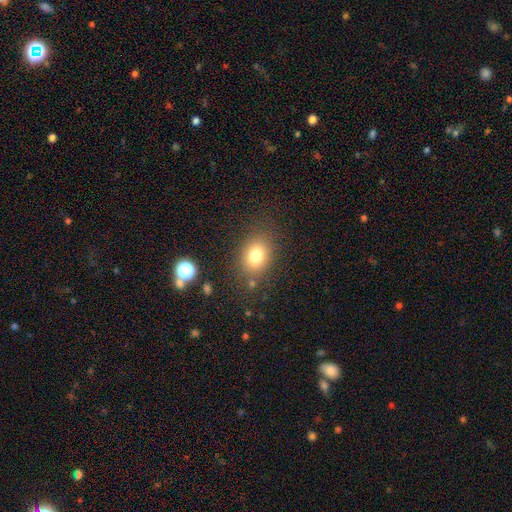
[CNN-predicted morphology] Smooth or featured: smooth — 77% (star or artifact — 12%)
How rounded: in between — 61% (round — 37%)
Merging: none — 81% (minor disturbance — 12%)